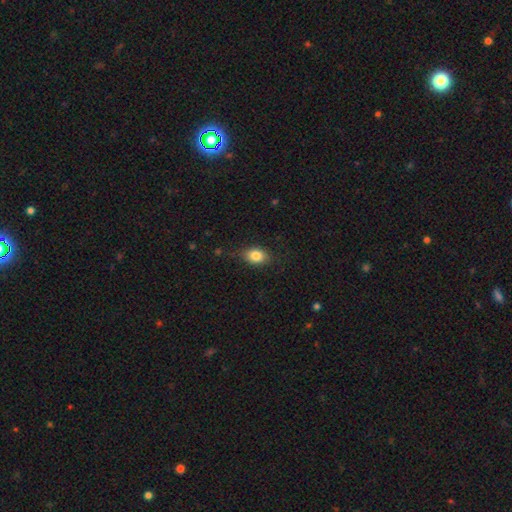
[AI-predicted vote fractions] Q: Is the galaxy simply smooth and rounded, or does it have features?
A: smooth — 82%.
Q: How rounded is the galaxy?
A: in between — 72%.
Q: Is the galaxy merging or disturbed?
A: none — 76%.